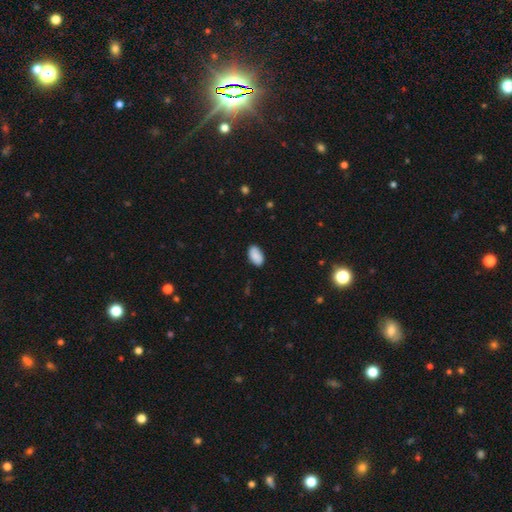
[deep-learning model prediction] This appears to be a smooth galaxy with no disk features (89%) that is in between round and cigar-shaped (95%). Merging: none (87%).